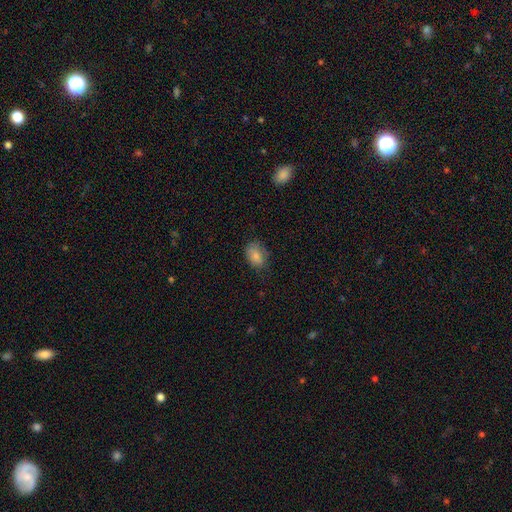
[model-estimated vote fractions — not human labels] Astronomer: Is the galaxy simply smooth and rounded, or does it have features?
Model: smooth — 84%.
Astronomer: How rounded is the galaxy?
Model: in between — 82%.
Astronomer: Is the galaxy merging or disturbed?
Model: none — 72%.